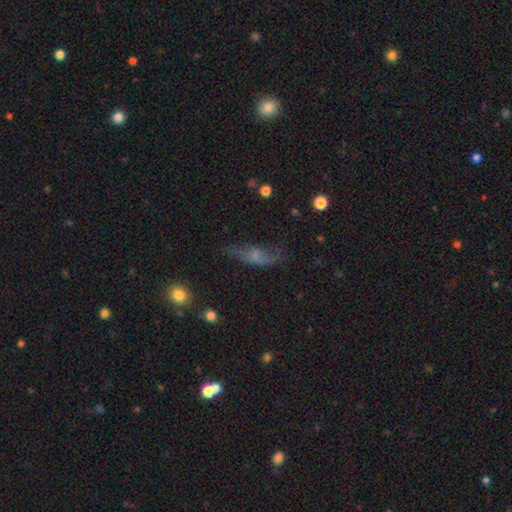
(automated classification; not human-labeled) This is possibly a smooth galaxy (48%). Merging: possibly none (49%).